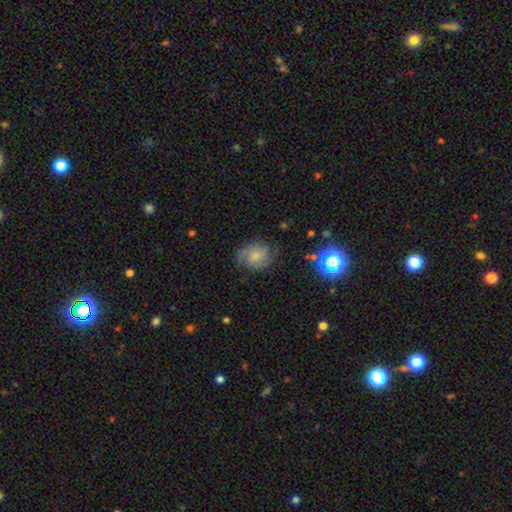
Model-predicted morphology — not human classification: Q: Smooth or featured?
A: featured or disk (45%); runner-up: smooth (44%)
Q: Merging?
A: none (64%); runner-up: minor disturbance (24%)